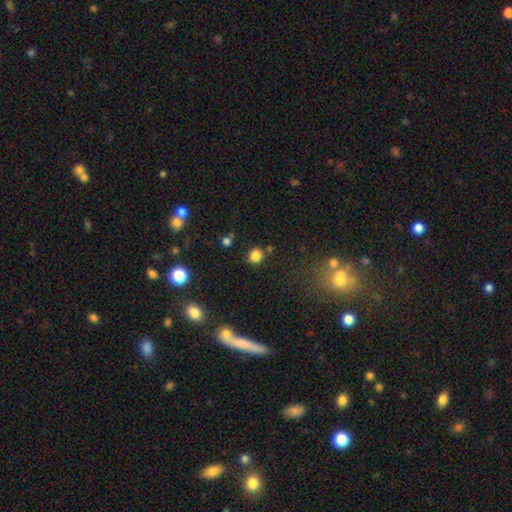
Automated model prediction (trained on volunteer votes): Smooth or featured?
  - smooth: 82% *
  - star or artifact: 14%
  - featured or disk: 5%
How rounded?
  - round: 82% *
  - in between: 17%
  - cigar-shaped: 1%
Merging?
  - none: 78% *
  - minor disturbance: 10%
  - merger: 8%
  - major disturbance: 3%